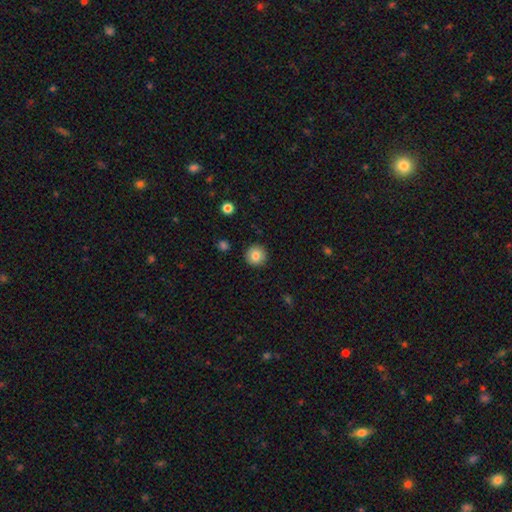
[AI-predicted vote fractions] Overall: smooth (84%). How rounded: round (95%). Merging: none (92%).